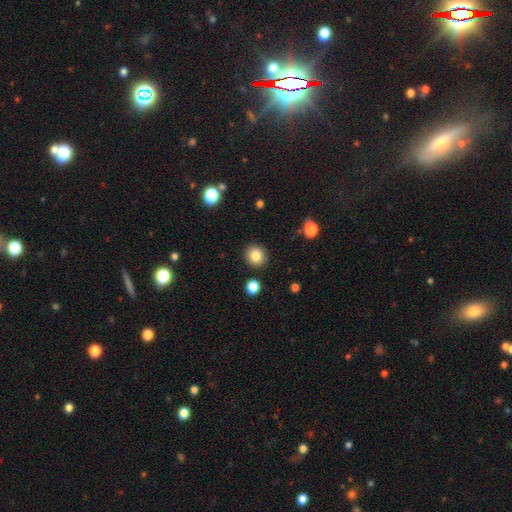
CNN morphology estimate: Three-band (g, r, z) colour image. It shows a smooth galaxy with no disk features (84%) that is round (87%). Merging: none (90%).